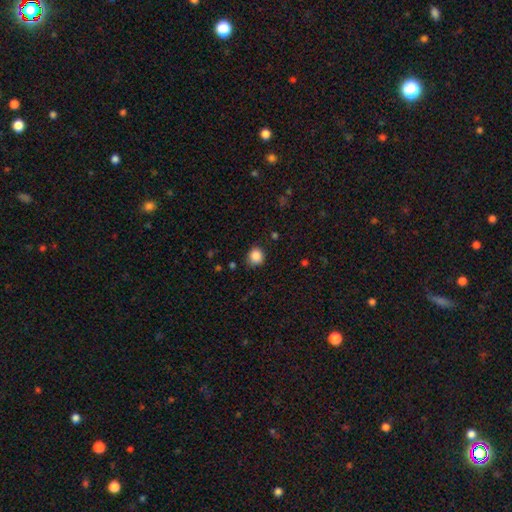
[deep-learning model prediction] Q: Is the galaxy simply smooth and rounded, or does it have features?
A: smooth — 87%.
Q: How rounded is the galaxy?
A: round — 84%.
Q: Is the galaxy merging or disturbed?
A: none — 80%.